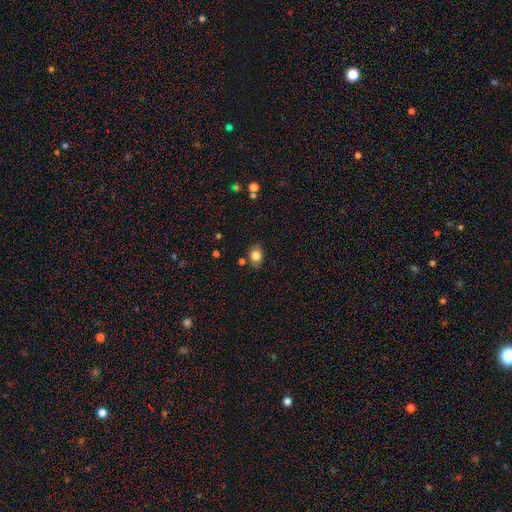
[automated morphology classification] Smooth or featured: smooth — 82% (star or artifact — 10%)
How rounded: in between — 65% (round — 34%)
Merging: none — 78% (minor disturbance — 15%)